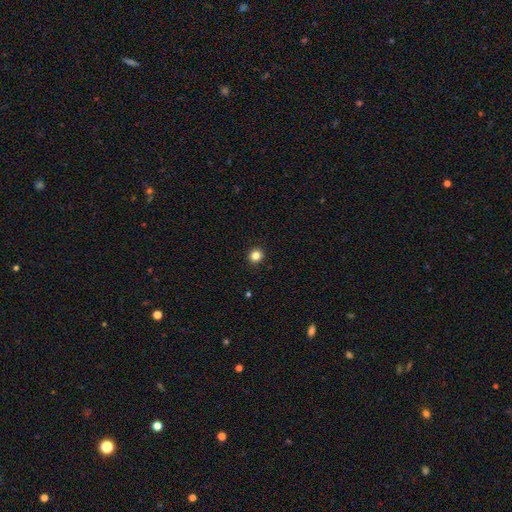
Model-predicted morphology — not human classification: Smooth or featured? smooth (84%)
How rounded? round (93%)
Merging? none (93%)